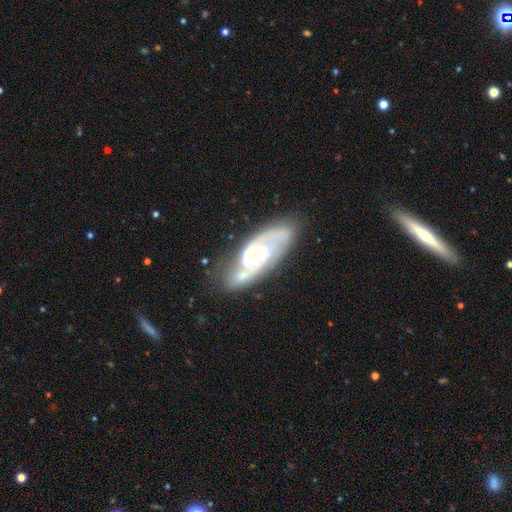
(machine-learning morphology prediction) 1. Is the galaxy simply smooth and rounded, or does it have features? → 87% featured or disk, 7% smooth, 5% star or artifact.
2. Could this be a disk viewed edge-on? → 94% no, 6% yes.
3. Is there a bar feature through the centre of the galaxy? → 46% no, 40% weak, 14% strong.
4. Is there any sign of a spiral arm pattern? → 97% yes, 3% no.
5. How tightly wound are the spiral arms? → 56% tight, 38% medium, 6% loose.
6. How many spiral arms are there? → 65% 2, 16% 3, 11% can't tell, 3% 4, 3% 1, 2% more than 4.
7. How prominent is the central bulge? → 65% small, 30% moderate, 3% none, 2% large, 1% dominant.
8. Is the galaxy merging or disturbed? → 69% none, 19% minor disturbance, 7% major disturbance, 5% merger.